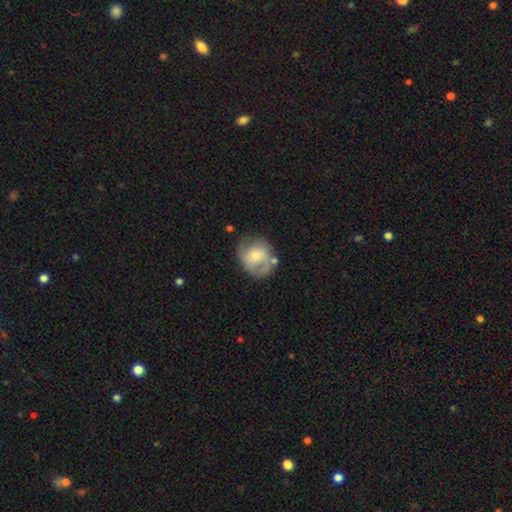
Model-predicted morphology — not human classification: The model was most divided on "bulge size": moderate: 47%, small: 44%, large: 4%, none: 3%, dominant: 1%. More confident: edge-on disk — no (97%); spiral arms — yes (74%); bar — no (60%); merging — none (56%); smooth or featured — featured or disk (55%).